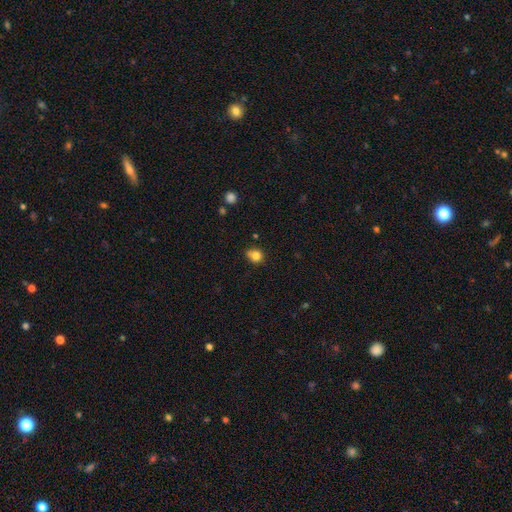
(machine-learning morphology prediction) smooth 81%, star or artifact 12%, featured or disk 7%. Down the decision tree: how rounded — round (76%); merging — none (63%).